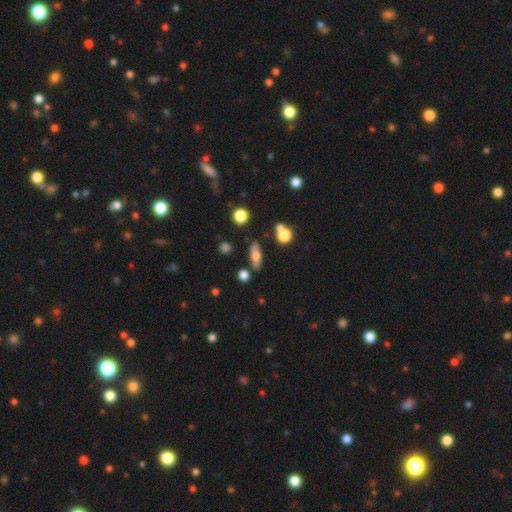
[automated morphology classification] Smooth or featured: smooth — 60% (featured or disk — 31%)
How rounded: in between — 54% (cigar-shaped — 38%)
Merging: none — 79% (minor disturbance — 12%)